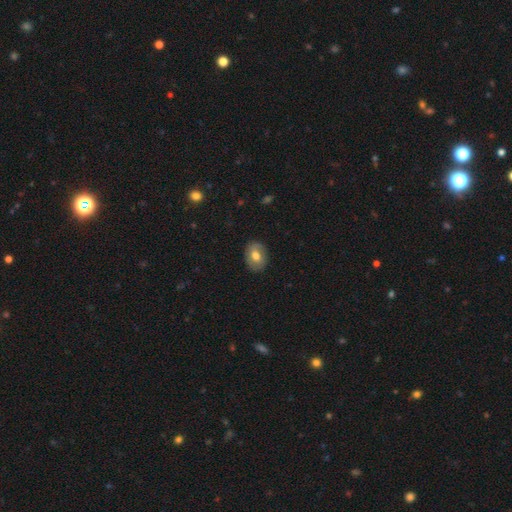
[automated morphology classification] Q: Smooth or featured?
A: smooth (67%); runner-up: featured or disk (25%)
Q: How rounded?
A: in between (69%); runner-up: round (30%)
Q: Merging?
A: none (85%); runner-up: minor disturbance (11%)